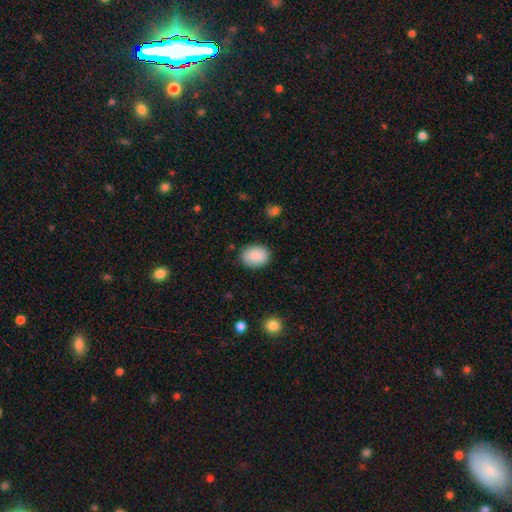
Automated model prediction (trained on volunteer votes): Overall: smooth (89%). How rounded: in between (64%; round 35%). Merging: none (86%).